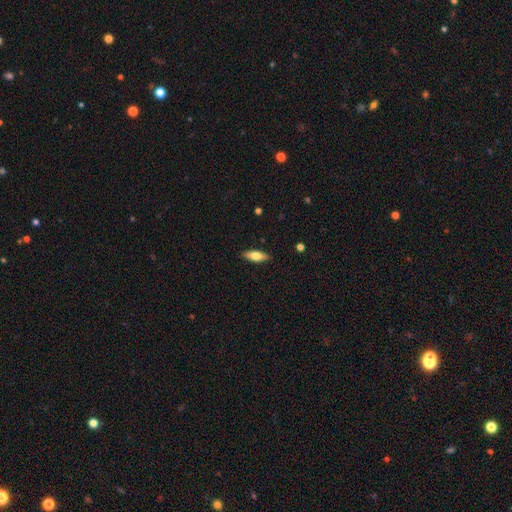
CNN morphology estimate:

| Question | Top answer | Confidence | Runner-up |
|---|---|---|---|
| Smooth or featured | smooth | 68% | featured or disk (26%) |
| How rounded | in between | 66% | cigar-shaped (31%) |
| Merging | none | 88% | minor disturbance (9%) |